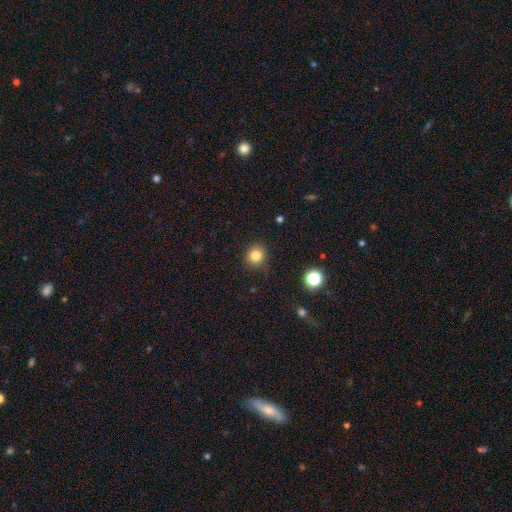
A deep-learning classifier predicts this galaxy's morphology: Smooth or featured?
  - smooth: 81% *
  - star or artifact: 13%
  - featured or disk: 6%
How rounded?
  - round: 81% *
  - in between: 18%
  - cigar-shaped: 1%
Merging?
  - none: 82% *
  - minor disturbance: 13%
  - major disturbance: 3%
  - merger: 1%